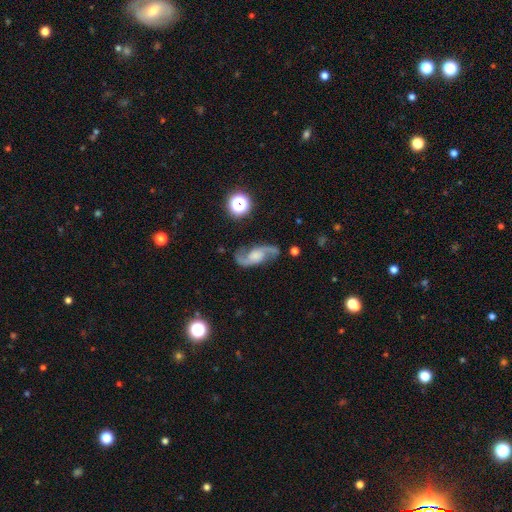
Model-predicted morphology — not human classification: This is clearly a featured or disk galaxy (86%). It is clearly not viewed edge-on (95%). Bar: possibly no (55%). Spiral arm pattern: clearly yes (97%). Spiral arm count: clearly 2 (94%). Spiral winding: possibly loose (60%). Central bulge: marginally moderate (26%, tied with none). Merging: likely none (75%).